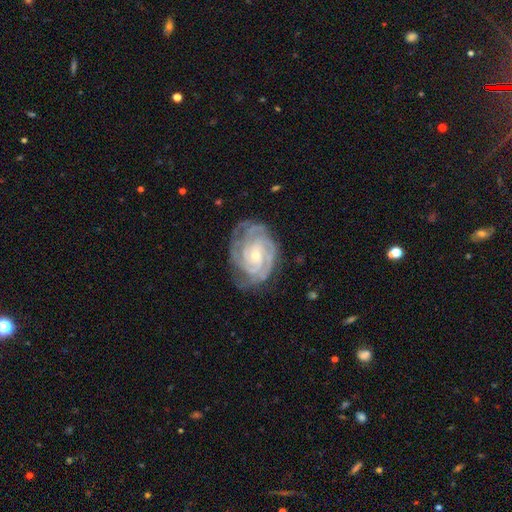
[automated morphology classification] A featured or disk galaxy (90%) with no bar (60%), 3 (30%) tight (74%) spiral arms (98%) and a small central bulge (65%).

Vote fractions:
- Smooth or featured? featured or disk: 90% / smooth: 6% / star or artifact: 5%
- Edge-on disk? no: 97% / yes: 3%
- Bar? no: 60% / weak: 32% / strong: 8%
- Spiral arms? yes: 98% / no: 2%
- Spiral winding? tight: 74% / medium: 22% / loose: 3%
- Spiral arm count? 3: 30% / 2: 20% / can't tell: 20% / 4: 18% / more than 4: 6% / 1: 5%
- Bulge size? small: 65% / moderate: 31% / none: 2% / large: 1% / dominant: 1%
- Merging? none: 72% / minor disturbance: 20% / major disturbance: 7% / merger: 1%